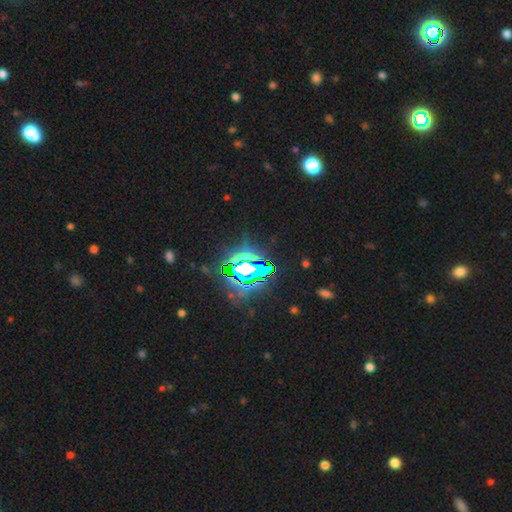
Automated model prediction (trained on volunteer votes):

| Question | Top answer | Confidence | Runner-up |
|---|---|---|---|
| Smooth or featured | star or artifact | 80% | smooth (10%) |